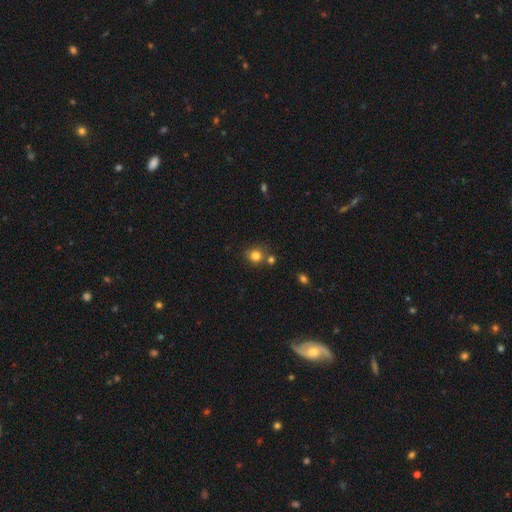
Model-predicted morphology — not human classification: This is clearly a smooth galaxy (81%). How rounded: clearly round (87%). Merging: likely none (70%).